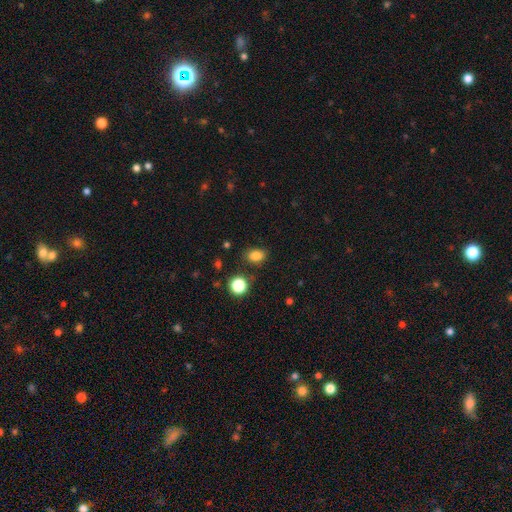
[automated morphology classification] Overall: smooth (84%). How rounded: in between (77%). Merging: none (81%).